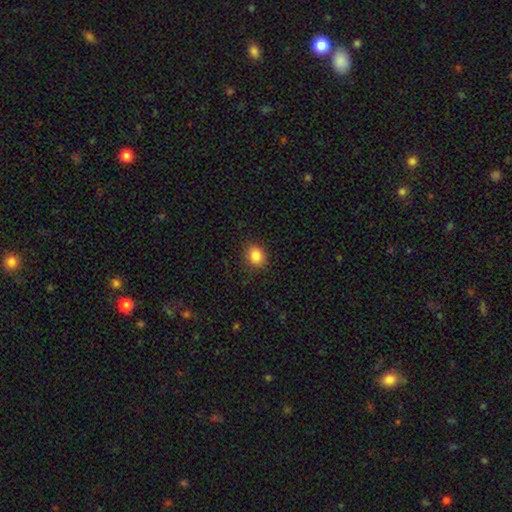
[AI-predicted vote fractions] This is clearly a smooth galaxy (85%). How rounded: likely round (67%). Merging: clearly none (87%).